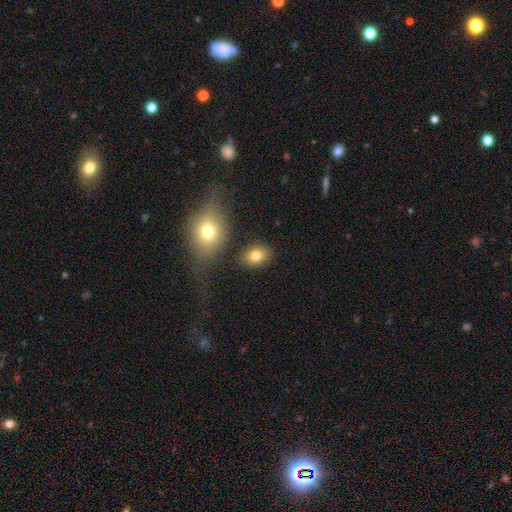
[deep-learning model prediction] This appears to be a smooth galaxy with no disk features (80%) that is in between round and cigar-shaped (69%). Merging: none (81%).